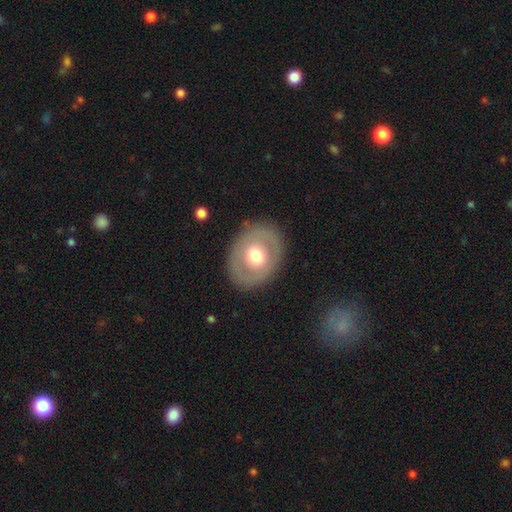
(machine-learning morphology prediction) Overall: smooth (53%; featured or disk 40%). How rounded: in between (53%; round 46%). Merging: none (84%).